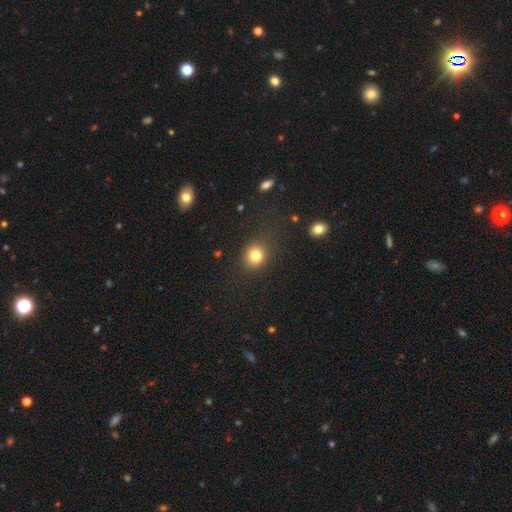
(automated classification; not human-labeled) This appears to be a smooth galaxy with no disk features (82%) that is round (79%). Merging: none (83%).